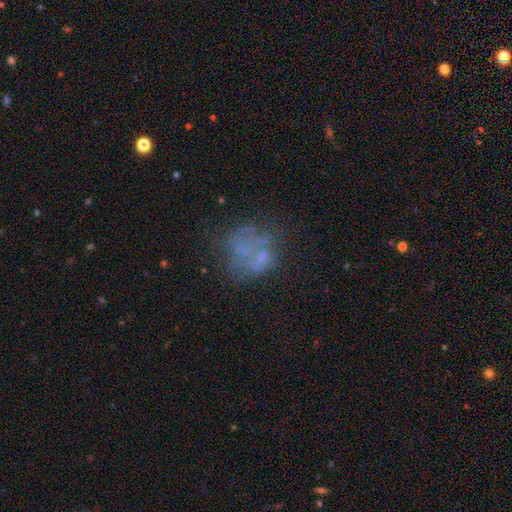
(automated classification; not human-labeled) featured or disk 48%, smooth 31%, star or artifact 21%. Down the decision tree: merging — none (48%).